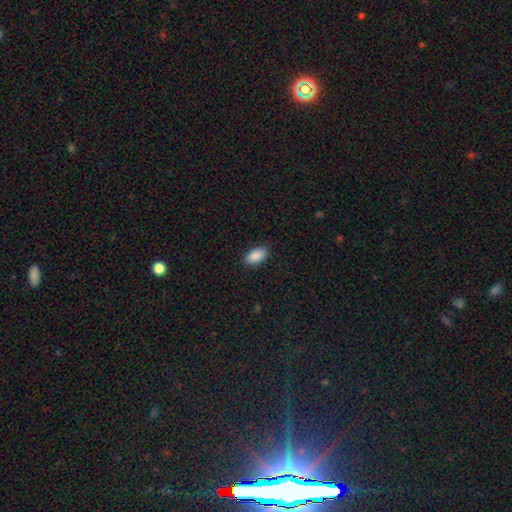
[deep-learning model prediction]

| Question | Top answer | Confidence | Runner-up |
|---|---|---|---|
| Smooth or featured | smooth | 90% | star or artifact (7%) |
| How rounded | in between | 94% | cigar-shaped (3%) |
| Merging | none | 89% | minor disturbance (8%) |